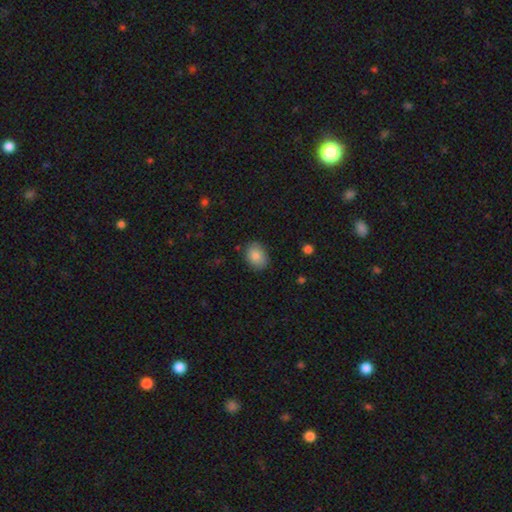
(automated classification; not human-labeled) Overall: smooth (85%). How rounded: in between (72%). Merging: none (84%).